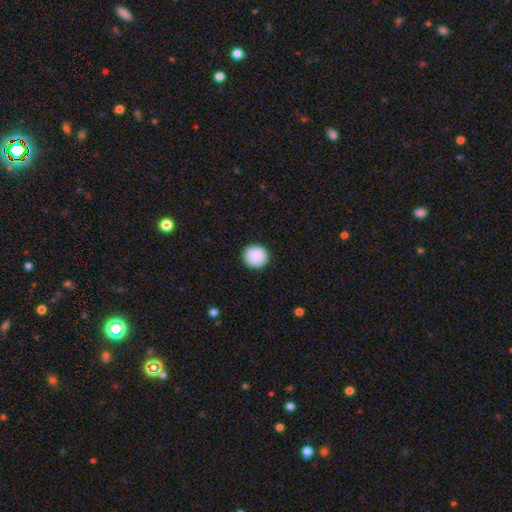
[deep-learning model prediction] Smooth or featured: smooth — 89% (star or artifact — 7%)
How rounded: round — 93% (in between — 6%)
Merging: none — 90% (minor disturbance — 7%)